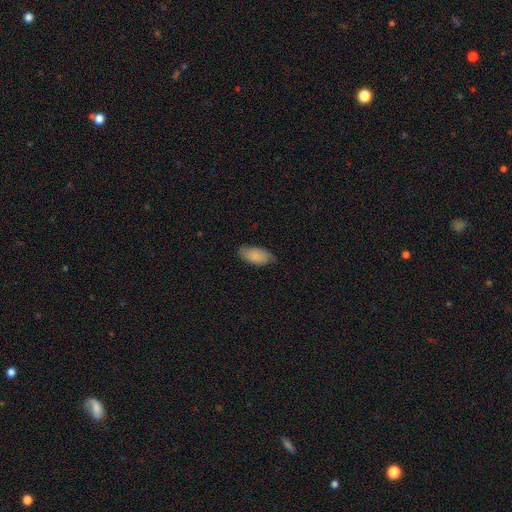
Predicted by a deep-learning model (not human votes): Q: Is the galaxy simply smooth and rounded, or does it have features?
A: smooth — 83%.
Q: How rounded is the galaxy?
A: in between — 93%.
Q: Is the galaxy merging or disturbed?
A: none — 72%.